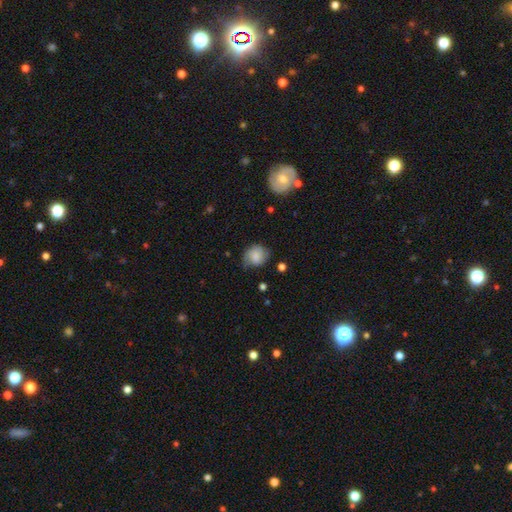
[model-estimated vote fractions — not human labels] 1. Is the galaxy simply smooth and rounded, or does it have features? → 66% smooth, 25% featured or disk, 8% star or artifact.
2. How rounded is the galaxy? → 62% round, 37% in between, 1% cigar-shaped.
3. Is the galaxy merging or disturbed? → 57% none, 31% minor disturbance, 11% major disturbance, 2% merger.